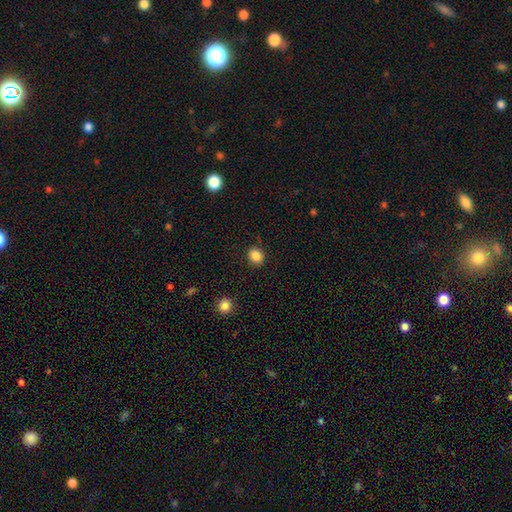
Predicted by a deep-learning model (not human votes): Smooth or featured?
  - smooth: 87% *
  - star or artifact: 10%
  - featured or disk: 3%
How rounded?
  - round: 67% *
  - in between: 32%
  - cigar-shaped: 1%
Merging?
  - none: 88% *
  - minor disturbance: 8%
  - major disturbance: 2%
  - merger: 1%